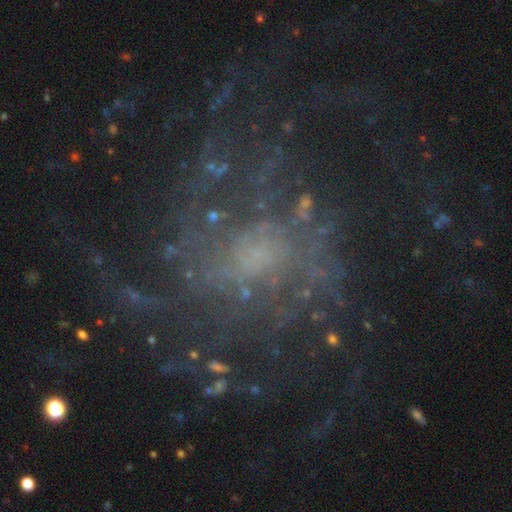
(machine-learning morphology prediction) Smooth or featured?
  - featured or disk: 77% *
  - star or artifact: 15%
  - smooth: 8%
Edge-on disk?
  - no: 98% *
  - yes: 2%
Bar?
  - no: 65% *
  - weak: 29%
  - strong: 7%
Spiral arms?
  - yes: 88% *
  - no: 12%
Spiral winding?
  - medium: 41% *
  - tight: 30%
  - loose: 29%
Spiral arm count?
  - can't tell: 36% *
  - 2: 18%
  - 3: 13%
  - more than 4: 12%
  - 4: 12%
  - 1: 9%
Bulge size?
  - small: 49% *
  - moderate: 26%
  - none: 19%
  - large: 4%
  - dominant: 2%
Merging?
  - none: 61% *
  - major disturbance: 22%
  - minor disturbance: 15%
  - merger: 3%